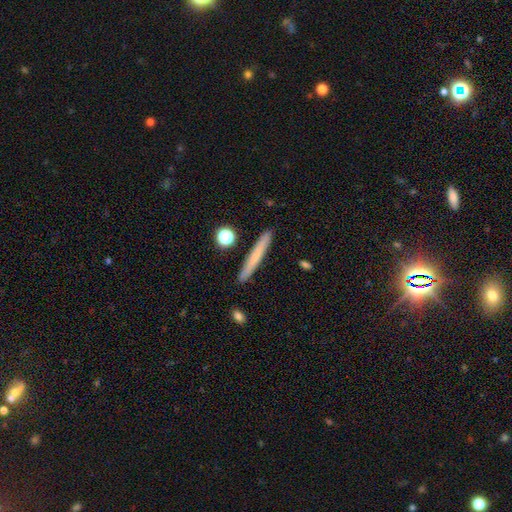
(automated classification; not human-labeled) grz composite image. It shows a smooth galaxy with no disk features (63%) that is cigar-shaped (96%). Merging: none (90%).